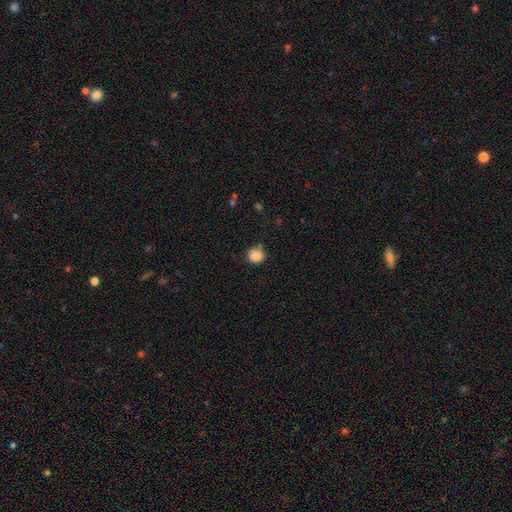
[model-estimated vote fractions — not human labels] Q: Smooth or featured?
A: smooth (87%); runner-up: star or artifact (10%)
Q: How rounded?
A: round (86%); runner-up: in between (13%)
Q: Merging?
A: none (77%); runner-up: minor disturbance (17%)